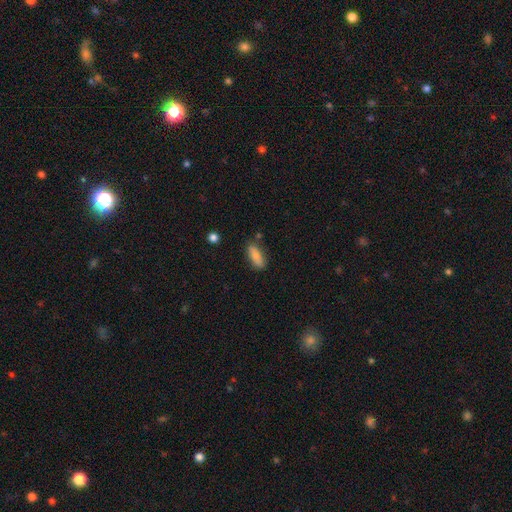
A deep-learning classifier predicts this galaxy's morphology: Q: Smooth or featured?
A: smooth (84%); runner-up: featured or disk (9%)
Q: How rounded?
A: in between (68%); runner-up: cigar-shaped (30%)
Q: Merging?
A: none (80%); runner-up: minor disturbance (14%)